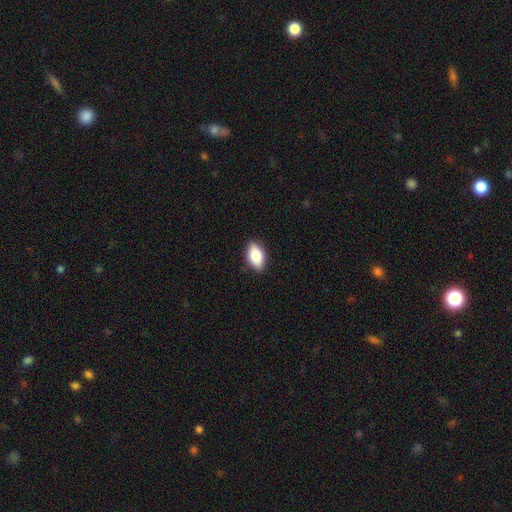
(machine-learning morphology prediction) smooth_or_featured: smooth (p=0.79) [alt: featured or disk p=0.14]
how_rounded: in between (p=0.89) [alt: round p=0.06]
merging: none (p=0.86) [alt: minor disturbance p=0.11]